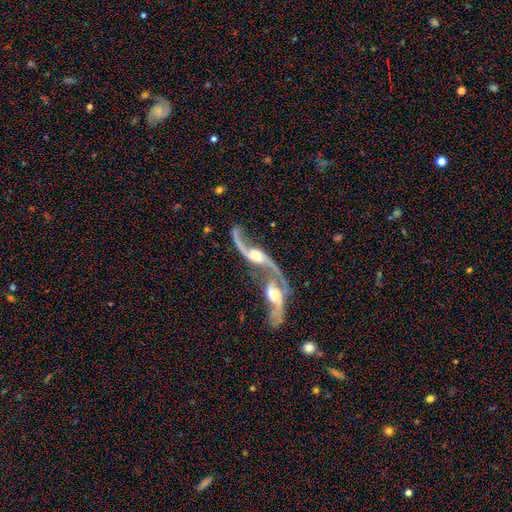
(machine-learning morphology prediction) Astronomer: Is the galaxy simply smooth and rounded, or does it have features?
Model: featured or disk — 88%.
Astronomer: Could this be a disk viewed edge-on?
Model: no — 87%.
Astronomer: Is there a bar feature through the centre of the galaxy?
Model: no — 49% (runner-up: weak, 33%).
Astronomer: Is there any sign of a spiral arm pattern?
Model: yes — 94%.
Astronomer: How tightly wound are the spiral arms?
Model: loose — 87%.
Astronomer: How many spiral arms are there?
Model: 2 — 91%.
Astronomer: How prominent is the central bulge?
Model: moderate — 56%.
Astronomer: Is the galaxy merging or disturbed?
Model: merger — 68%.